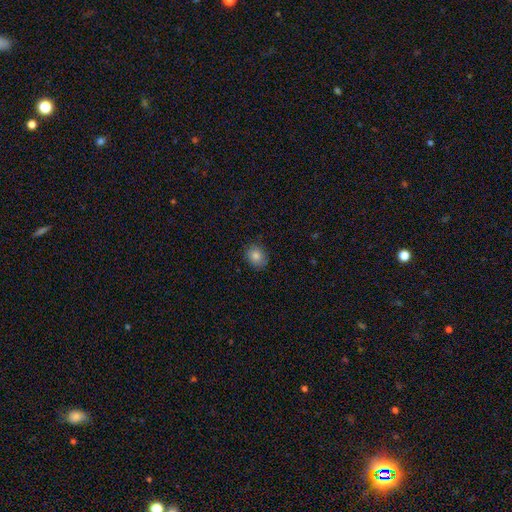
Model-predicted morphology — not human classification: smooth_or_featured: smooth (p=0.82) [alt: star or artifact p=0.10]
how_rounded: round (p=0.57) [alt: in between p=0.42]
merging: none (p=0.85) [alt: minor disturbance p=0.12]